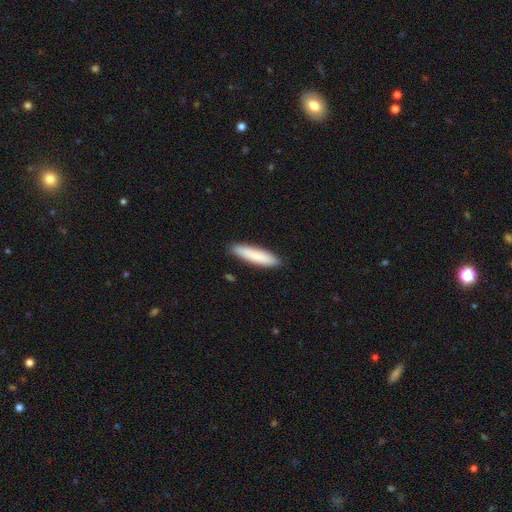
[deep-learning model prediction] smooth_or_featured: smooth (p=0.83) [alt: featured or disk p=0.12]
how_rounded: cigar-shaped (p=0.80) [alt: in between p=0.19]
merging: none (p=0.89) [alt: minor disturbance p=0.08]